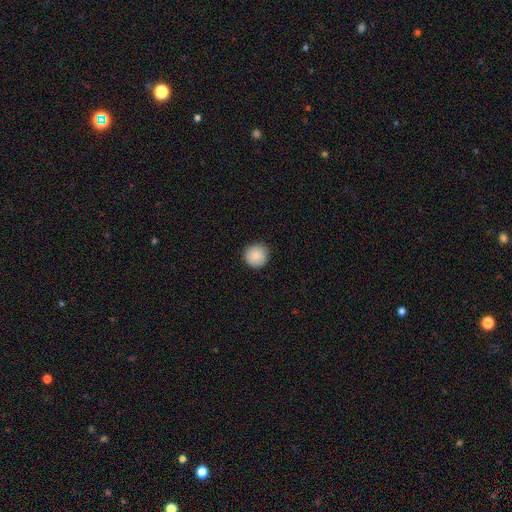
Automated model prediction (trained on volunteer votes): Smooth or featured?
  - smooth: 83% *
  - featured or disk: 9%
  - star or artifact: 8%
How rounded?
  - round: 95% *
  - in between: 5%
  - cigar-shaped: 1%
Merging?
  - none: 88% *
  - minor disturbance: 10%
  - major disturbance: 2%
  - merger: 1%